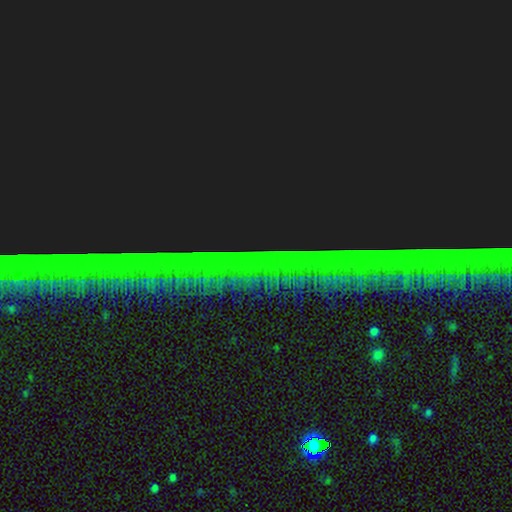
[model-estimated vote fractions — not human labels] Smooth or featured? star or artifact (87%)